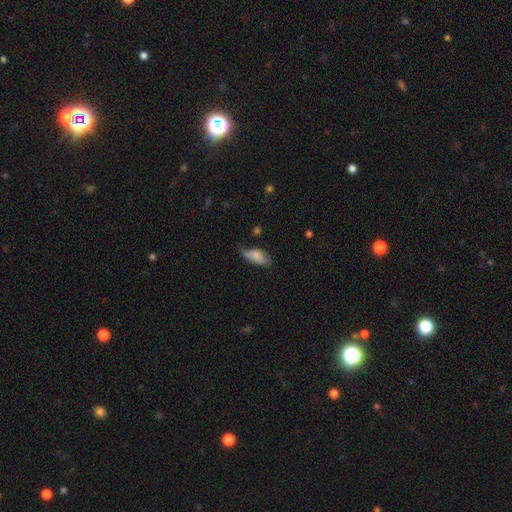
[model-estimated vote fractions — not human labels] This appears to be a smooth galaxy with no disk features (68%) that is in between round and cigar-shaped (84%). Merging: none (42%).